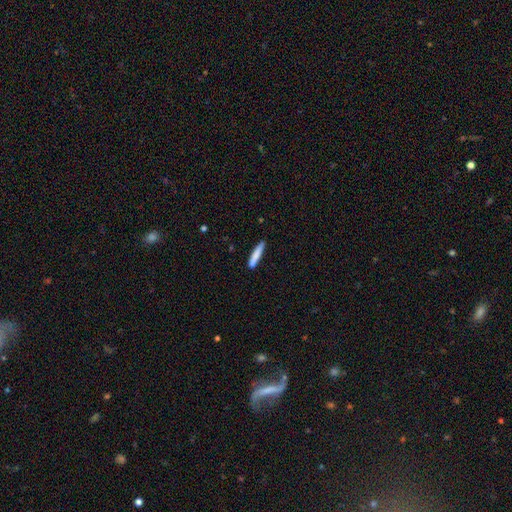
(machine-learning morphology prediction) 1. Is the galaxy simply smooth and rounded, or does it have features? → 81% smooth, 14% featured or disk, 6% star or artifact.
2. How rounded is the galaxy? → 92% cigar-shaped, 7% in between, 1% round.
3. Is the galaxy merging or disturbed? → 85% none, 11% minor disturbance, 2% merger, 2% major disturbance.